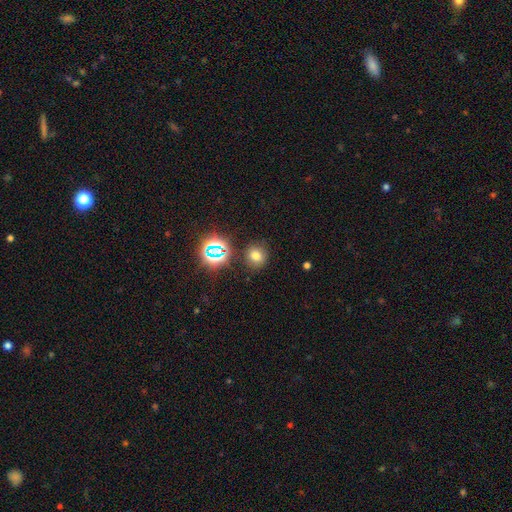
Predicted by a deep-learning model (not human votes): This appears to be a smooth galaxy with no disk features (69%) that is round (83%). Merging: none (84%).